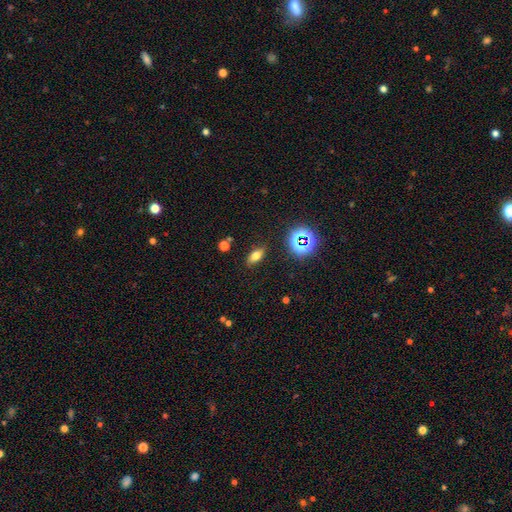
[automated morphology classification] This is likely a smooth galaxy (61%). How rounded: likely in between (73%). Merging: clearly none (86%).